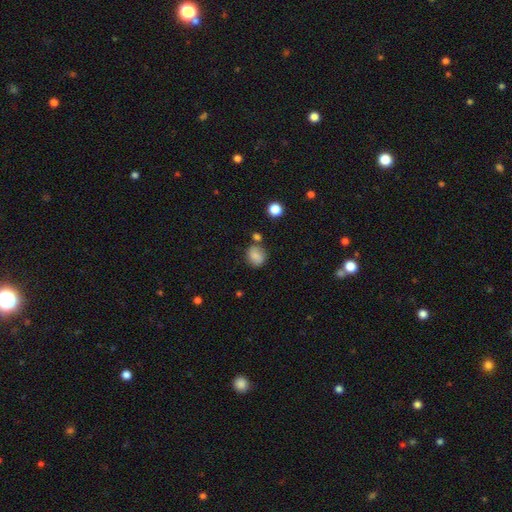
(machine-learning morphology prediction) type=smooth (81%); roundness=round (72%); merging=none (69%).